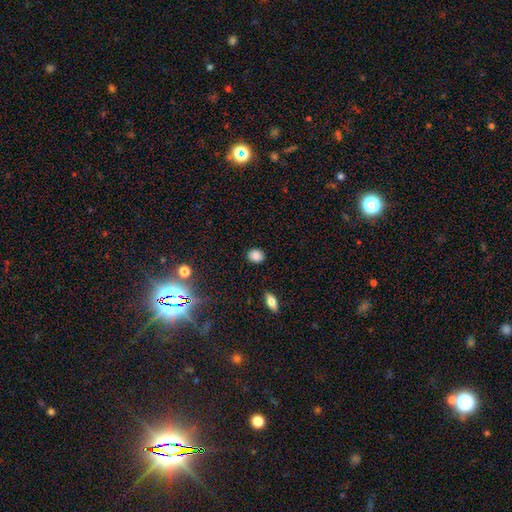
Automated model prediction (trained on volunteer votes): This is clearly a smooth galaxy (84%). How rounded: possibly round (59%). Merging: clearly none (88%).